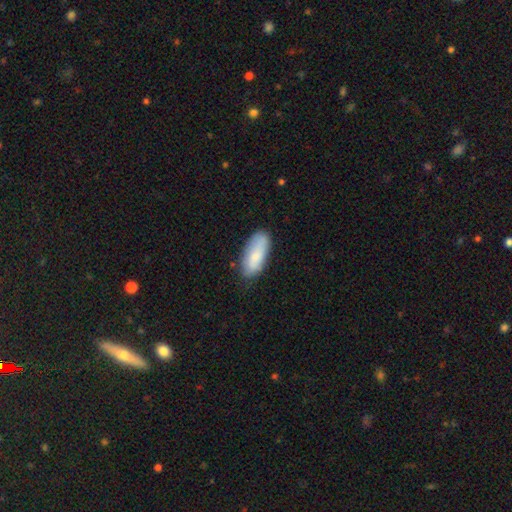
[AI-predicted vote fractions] smooth_or_featured: smooth (p=0.80) [alt: featured or disk p=0.14]
how_rounded: in between (p=0.83) [alt: cigar-shaped p=0.15]
merging: none (p=0.73) [alt: minor disturbance p=0.21]